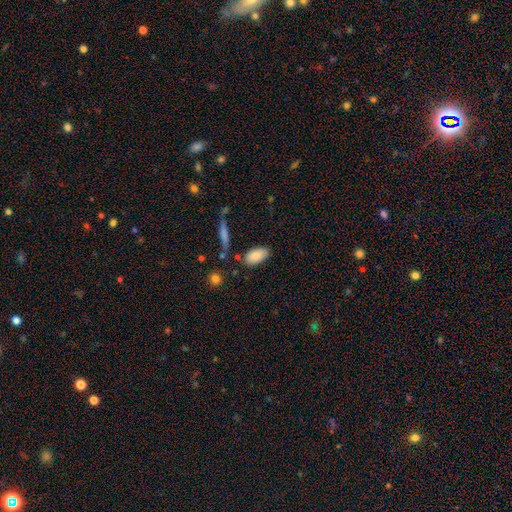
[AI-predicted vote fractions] Smooth or featured? Predicted: smooth (p=0.84). How rounded? Predicted: in between (p=0.93). Merging? Predicted: none (p=0.77).